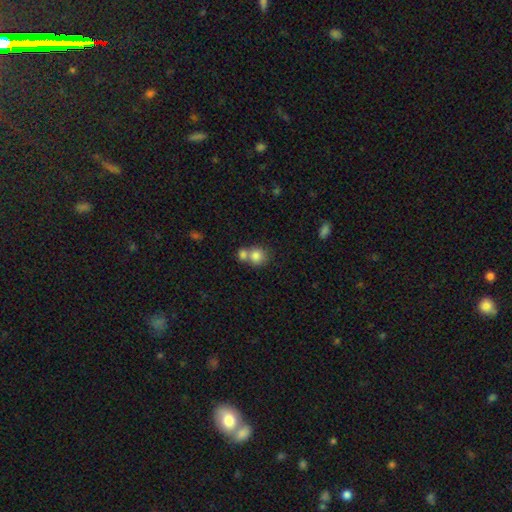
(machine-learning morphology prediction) Smooth or featured?
  - smooth: 82% *
  - star or artifact: 9%
  - featured or disk: 9%
How rounded?
  - round: 83% *
  - in between: 16%
  - cigar-shaped: 1%
Merging?
  - merger: 49% *
  - none: 41%
  - minor disturbance: 7%
  - major disturbance: 3%